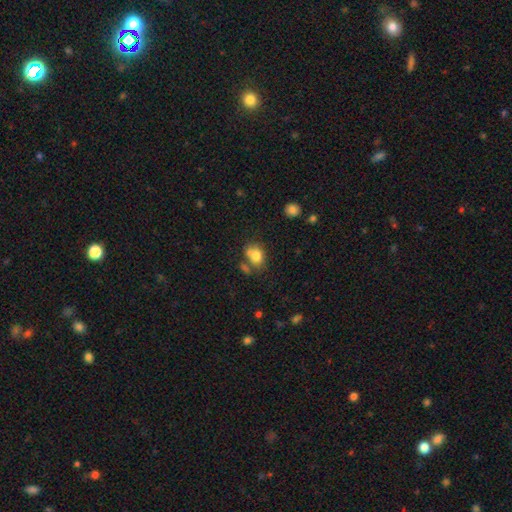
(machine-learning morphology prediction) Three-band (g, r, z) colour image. It shows a smooth galaxy with no disk features (77%) that is in between round and cigar-shaped (59%). Merging: none (46%).